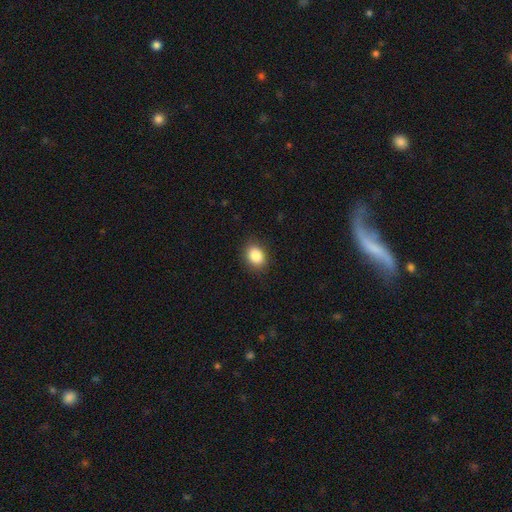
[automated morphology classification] Smooth or featured? smooth (87%)
How rounded? in between (58%)
Merging? none (88%)